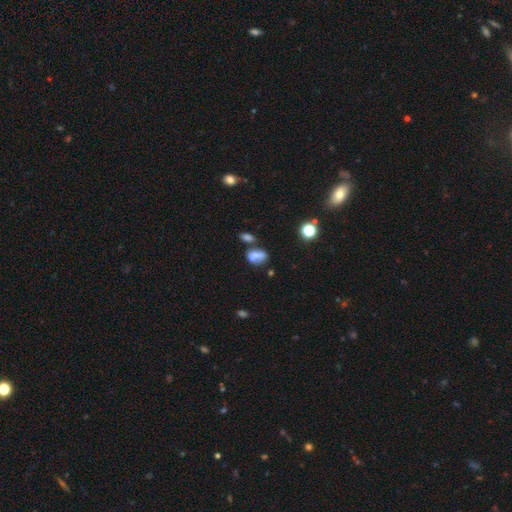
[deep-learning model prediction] Morphology: type=smooth (68%); roundness=in between (74%); merging=none (37%).